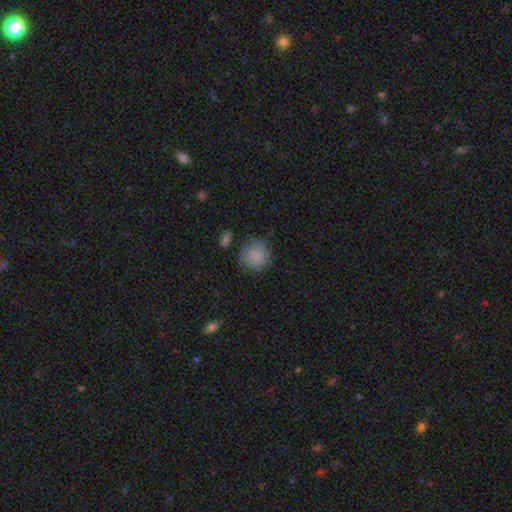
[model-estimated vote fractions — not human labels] smooth 85%, star or artifact 8%, featured or disk 7%. Down the decision tree: how rounded — round (91%); merging — none (74%).